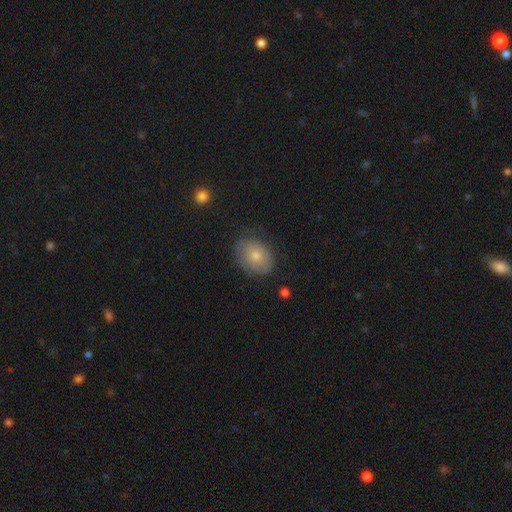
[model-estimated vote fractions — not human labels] A smooth galaxy with no disk features (71%) that is in between round and cigar-shaped (64%). Merging: none (73%).